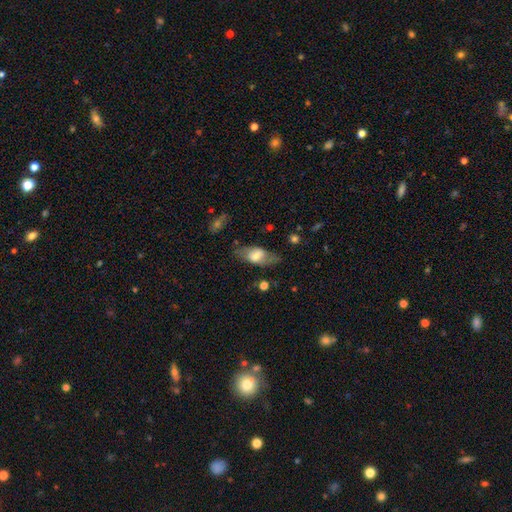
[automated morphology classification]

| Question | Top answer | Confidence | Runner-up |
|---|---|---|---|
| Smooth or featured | smooth | 54% | featured or disk (39%) |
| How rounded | in between | 81% | cigar-shaped (15%) |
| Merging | none | 69% | minor disturbance (20%) |